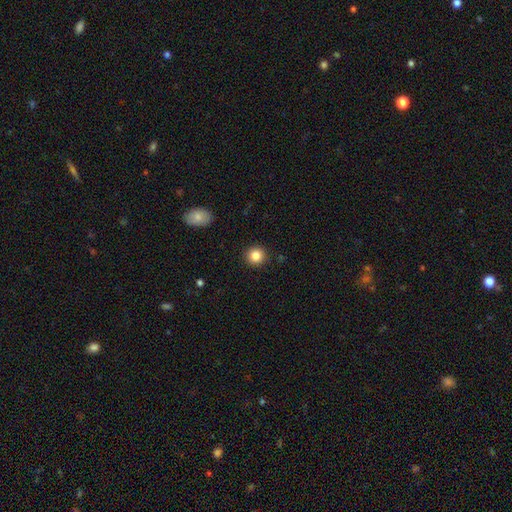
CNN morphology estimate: Smooth or featured? Predicted: smooth (p=0.84). How rounded? Predicted: round (p=0.92). Merging? Predicted: none (p=0.92).